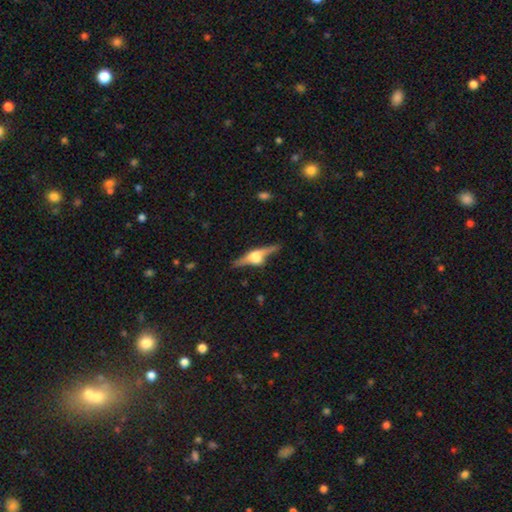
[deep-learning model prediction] Q: Smooth or featured?
A: featured or disk (79%); runner-up: smooth (15%)
Q: Edge-on disk?
A: yes (96%); runner-up: no (4%)
Q: Edge-on bulge?
A: rounded (92%); runner-up: boxy (7%)
Q: Merging?
A: none (81%); runner-up: minor disturbance (13%)